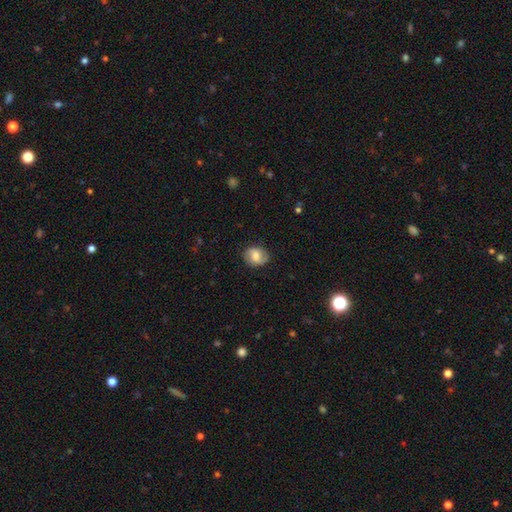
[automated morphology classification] A smooth galaxy with no disk features (58%) that is round (56%).

Vote fractions:
- Smooth or featured? smooth: 58% / featured or disk: 34% / star or artifact: 8%
- How rounded? round: 56% / in between: 43% / cigar-shaped: 1%
- Merging? none: 81% / minor disturbance: 14% / major disturbance: 4% / merger: 1%